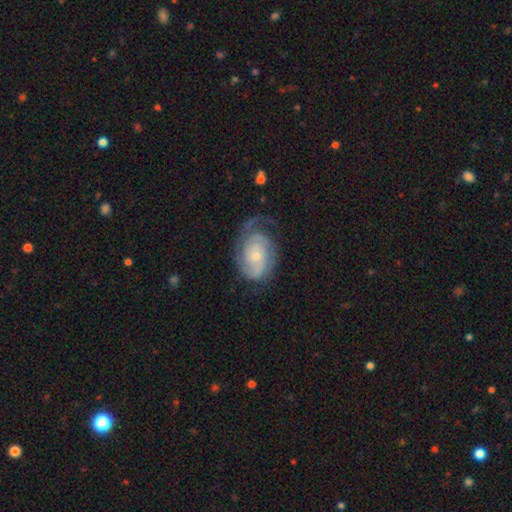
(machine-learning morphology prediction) smooth_or_featured: featured or disk (p=0.81) [alt: smooth p=0.13]
disk_edge_on: no (p=0.97) [alt: yes p=0.03]
bar: no (p=0.72) [alt: weak p=0.24]
has_spiral_arms: yes (p=0.95) [alt: no p=0.05]
spiral_winding: tight (p=0.55) [alt: medium p=0.33]
spiral_arm_count: 2 (p=0.48) [alt: can't tell p=0.20]
bulge_size: small (p=0.64) [alt: moderate p=0.30]
merging: none (p=0.55) [alt: minor disturbance p=0.24]